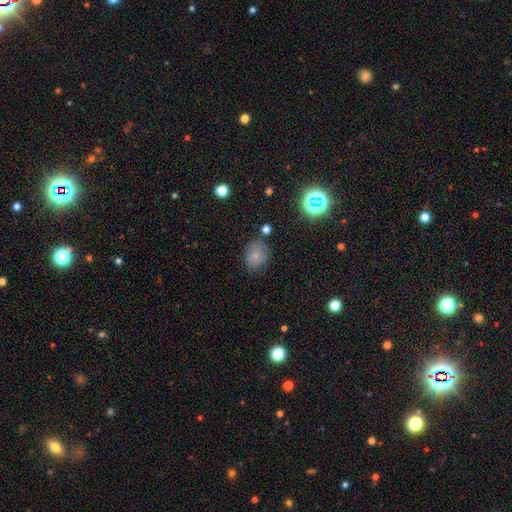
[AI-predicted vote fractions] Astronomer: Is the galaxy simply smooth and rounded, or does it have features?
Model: smooth — 72%.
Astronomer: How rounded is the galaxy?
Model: round — 51% (runner-up: in between, 48%).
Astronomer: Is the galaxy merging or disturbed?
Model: none — 66%.